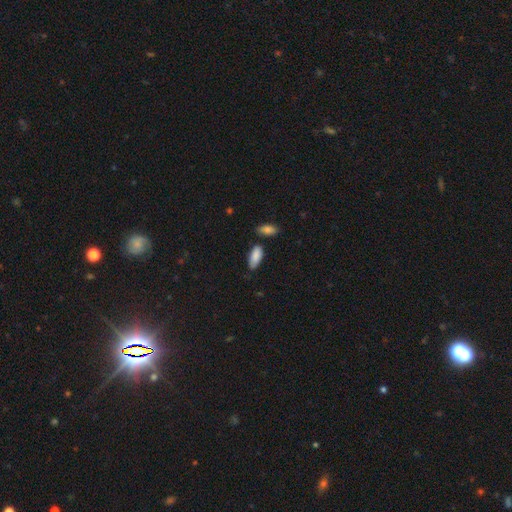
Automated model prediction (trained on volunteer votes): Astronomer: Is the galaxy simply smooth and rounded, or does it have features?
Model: smooth — 86%.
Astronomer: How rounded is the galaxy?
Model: in between — 86%.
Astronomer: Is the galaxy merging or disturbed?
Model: none — 68%.